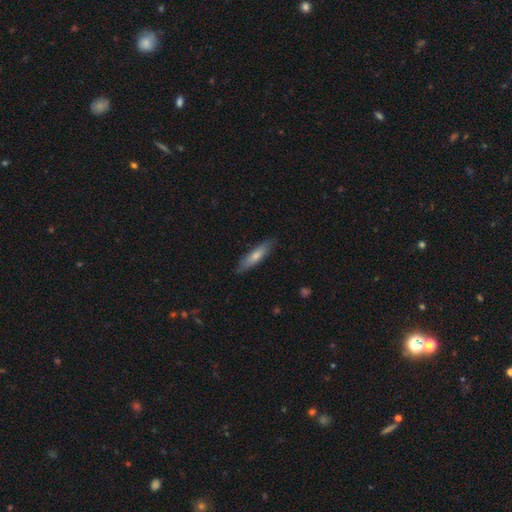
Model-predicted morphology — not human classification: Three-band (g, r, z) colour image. It shows a smooth galaxy with no disk features (68%) that is cigar-shaped (77%). Merging: none (83%).